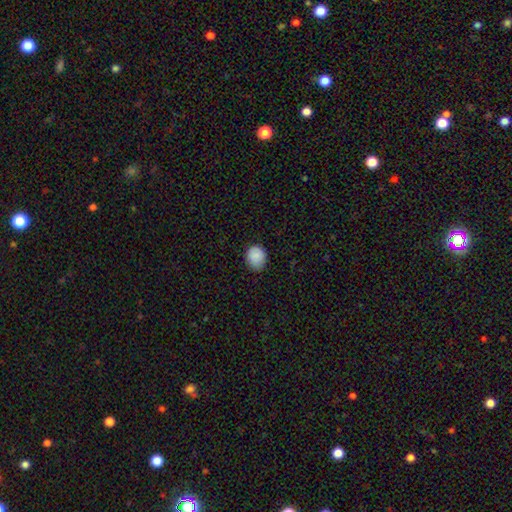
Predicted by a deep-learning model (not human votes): Overall: smooth (88%). How rounded: round (65%; in between 34%). Merging: none (78%).